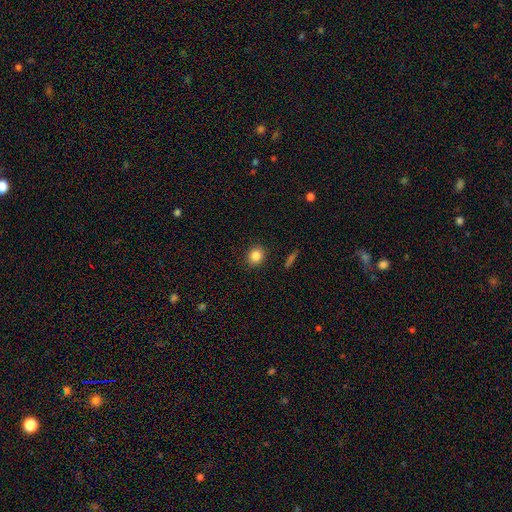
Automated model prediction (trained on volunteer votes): A smooth galaxy with no disk features (84%) that is round (75%). Merging: none (91%).